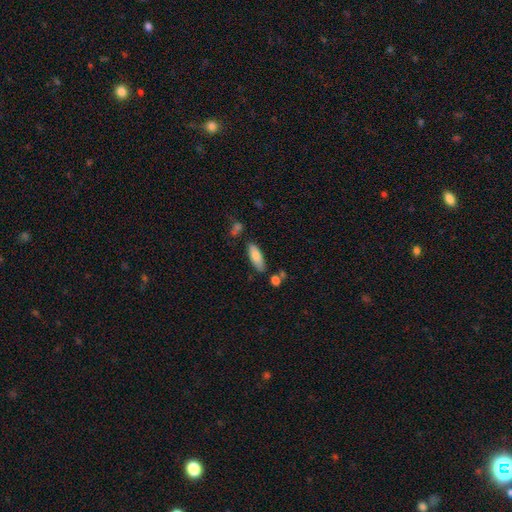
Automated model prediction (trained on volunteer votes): Smooth or featured? smooth (80%)
How rounded? in between (68%)
Merging? none (72%)